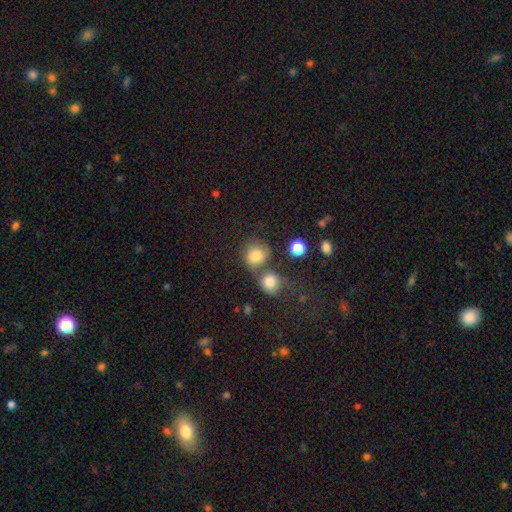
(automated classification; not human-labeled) Smooth or featured?
  - smooth: 80% *
  - star or artifact: 11%
  - featured or disk: 10%
How rounded?
  - round: 80% *
  - in between: 19%
  - cigar-shaped: 1%
Merging?
  - none: 49% *
  - merger: 32%
  - minor disturbance: 12%
  - major disturbance: 7%